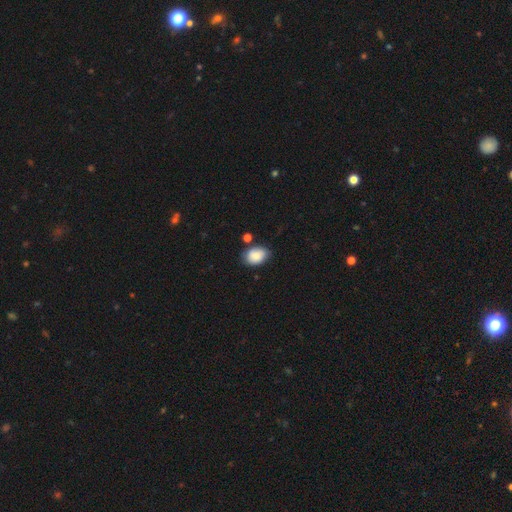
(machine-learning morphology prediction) A smooth galaxy with no disk features (83%) that is in between round and cigar-shaped (77%). Merging: none (67%).